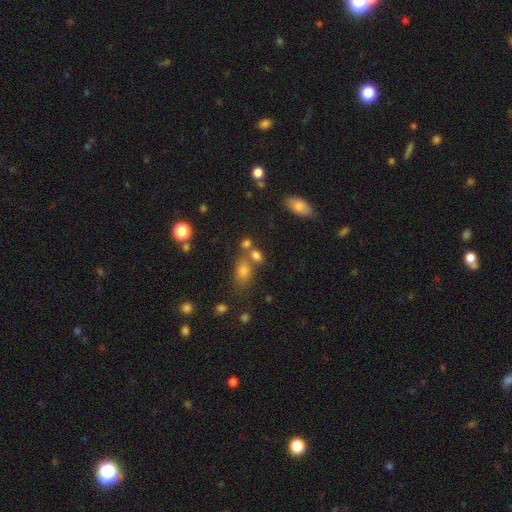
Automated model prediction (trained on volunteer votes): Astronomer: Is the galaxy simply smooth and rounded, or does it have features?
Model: smooth — 75%.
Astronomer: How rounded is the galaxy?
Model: in between — 70%.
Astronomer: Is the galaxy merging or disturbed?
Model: none — 50% (runner-up: merger, 31%).